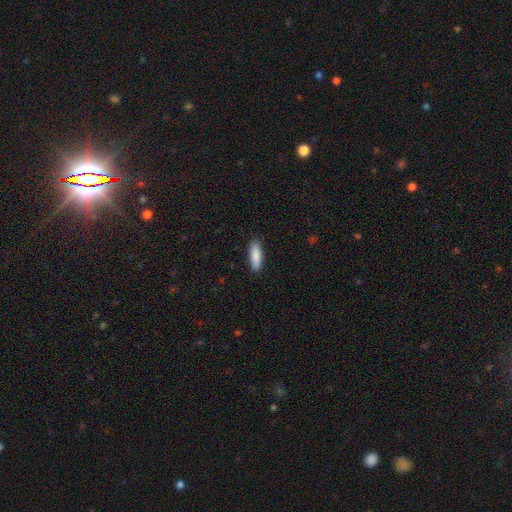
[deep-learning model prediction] This is clearly a smooth galaxy (88%). How rounded: possibly in between (50%). Merging: clearly none (89%).